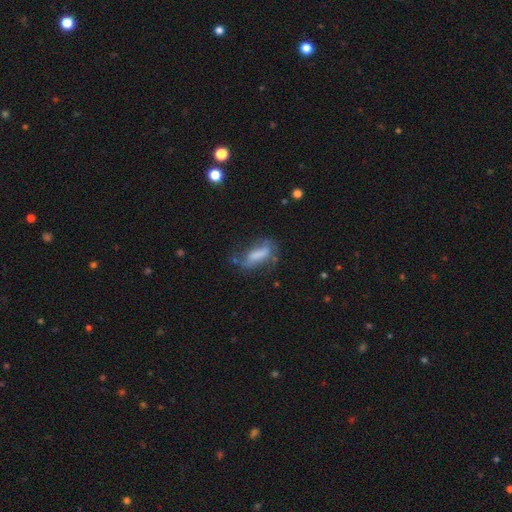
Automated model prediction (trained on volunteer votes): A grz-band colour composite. It shows a smooth galaxy with no disk features (52%) that is in between round and cigar-shaped (62%). Merging: none (47%).